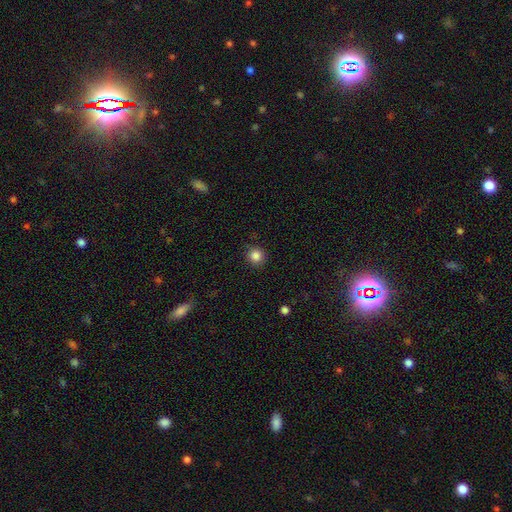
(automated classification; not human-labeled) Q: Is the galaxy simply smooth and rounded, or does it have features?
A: smooth — 85%.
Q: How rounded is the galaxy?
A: round — 93%.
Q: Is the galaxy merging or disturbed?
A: none — 90%.